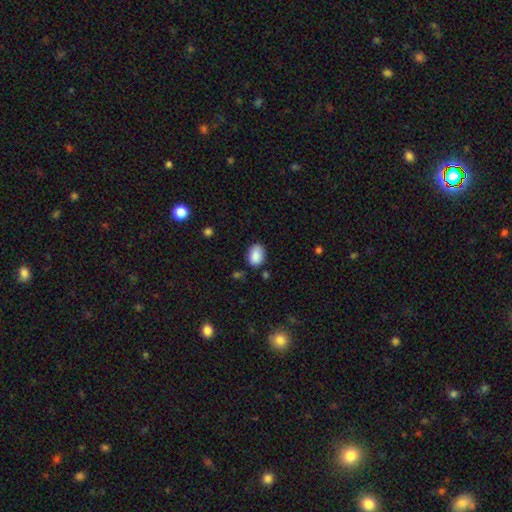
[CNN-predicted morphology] This appears to be a smooth galaxy with no disk features (88%) that is in between round and cigar-shaped (82%). Merging: none (78%).